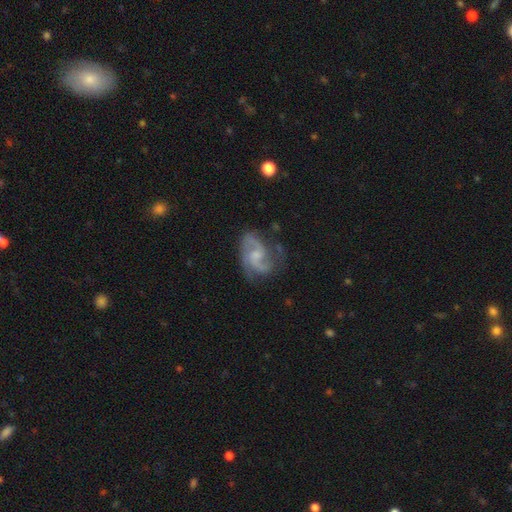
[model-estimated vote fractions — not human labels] This is clearly a featured or disk galaxy (86%). It is clearly not viewed edge-on (98%). Bar: possibly no (48%). Spiral arm pattern: clearly yes (96%). Spiral arm count: clearly 2 (84%). Spiral winding: possibly medium (55%). Central bulge: marginally small (45%). Merging: likely none (65%).